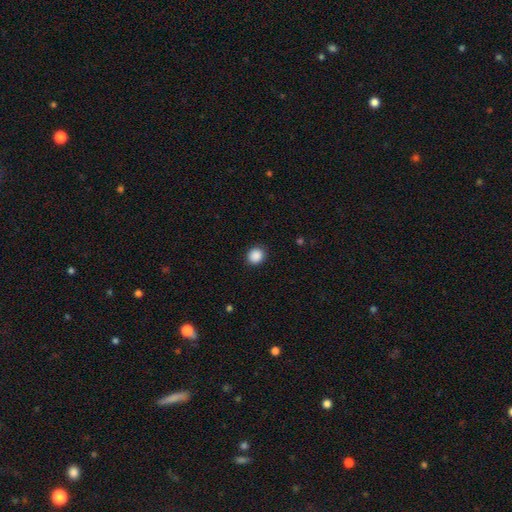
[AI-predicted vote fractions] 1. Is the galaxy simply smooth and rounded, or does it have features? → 89% smooth, 9% star or artifact, 2% featured or disk.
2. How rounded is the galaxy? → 80% round, 19% in between, 1% cigar-shaped.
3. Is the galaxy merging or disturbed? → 90% none, 7% minor disturbance, 2% major disturbance, 1% merger.